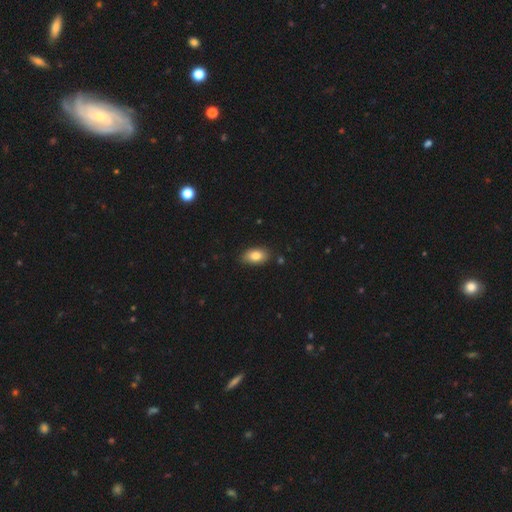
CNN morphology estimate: A smooth galaxy with no disk features (83%) that is in between round and cigar-shaped (91%). Merging: none (84%).